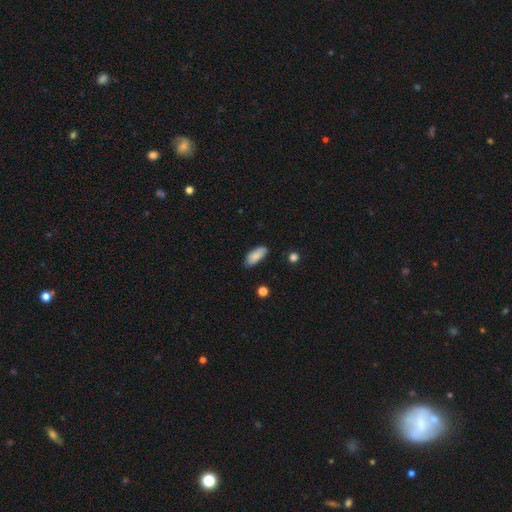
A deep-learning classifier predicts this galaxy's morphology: Smooth or featured? Predicted: smooth (p=0.85). How rounded? Predicted: in between (p=0.83). Merging? Predicted: none (p=0.80).